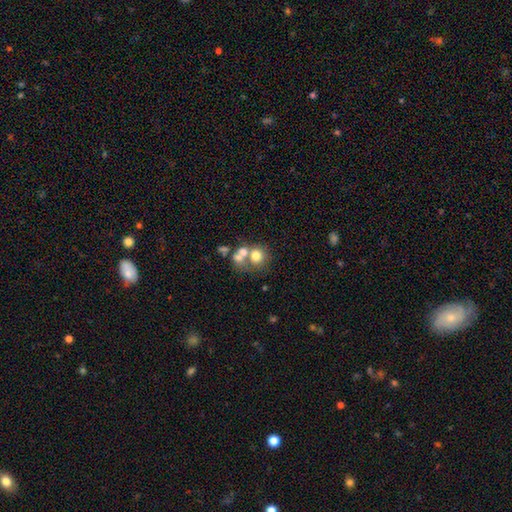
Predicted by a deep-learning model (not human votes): Smooth or featured? smooth (66%)
How rounded? round (80%)
Merging? merger (49%)